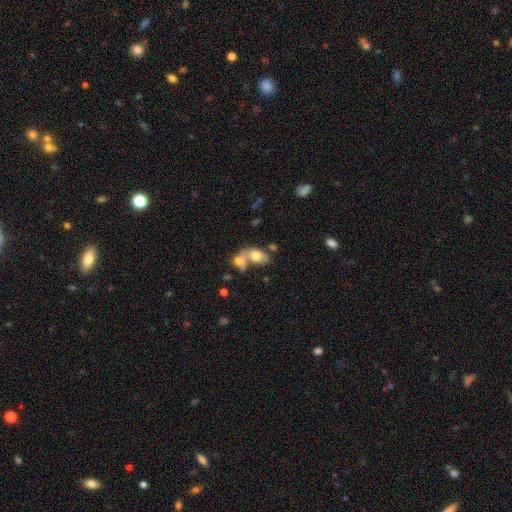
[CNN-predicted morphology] Smooth or featured? smooth (71%)
How rounded? in between (81%)
Merging? merger (64%)